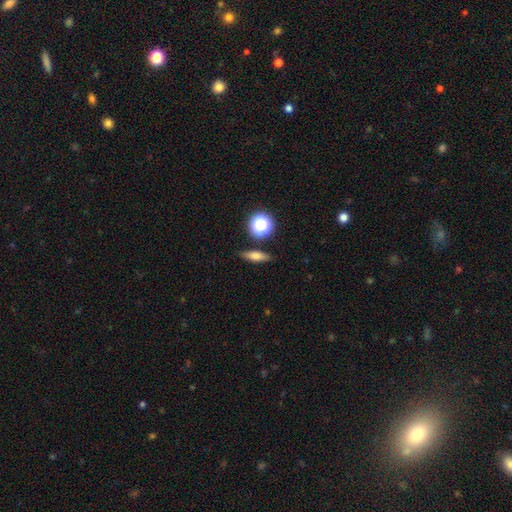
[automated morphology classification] A smooth galaxy with no disk features (65%) that is cigar-shaped (51%).

Vote fractions:
- Smooth or featured? smooth: 65% / featured or disk: 23% / star or artifact: 12%
- How rounded? cigar-shaped: 51% / in between: 34% / round: 15%
- Merging? none: 85% / minor disturbance: 9% / merger: 3% / major disturbance: 3%